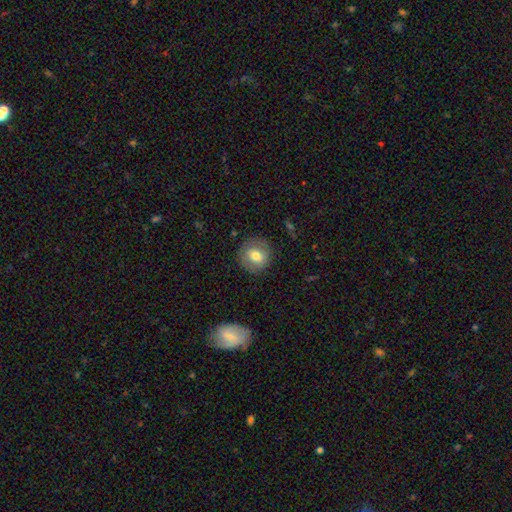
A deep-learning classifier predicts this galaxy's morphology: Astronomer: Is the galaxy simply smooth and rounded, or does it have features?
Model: smooth — 71%.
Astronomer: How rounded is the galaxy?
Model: round — 89%.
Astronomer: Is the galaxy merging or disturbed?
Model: none — 86%.